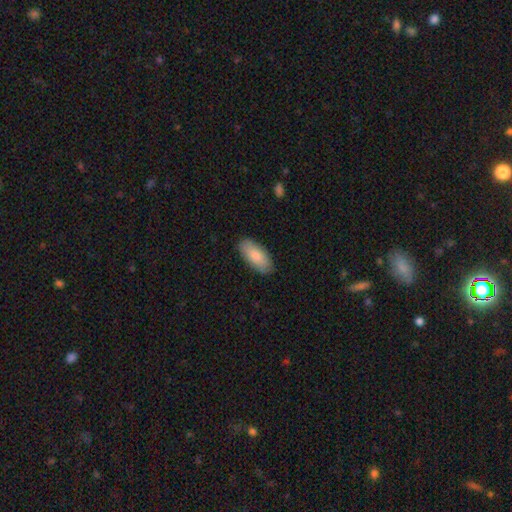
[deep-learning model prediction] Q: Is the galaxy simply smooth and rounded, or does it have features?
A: smooth — 84%.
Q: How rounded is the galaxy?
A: in between — 90%.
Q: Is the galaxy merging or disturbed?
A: none — 88%.